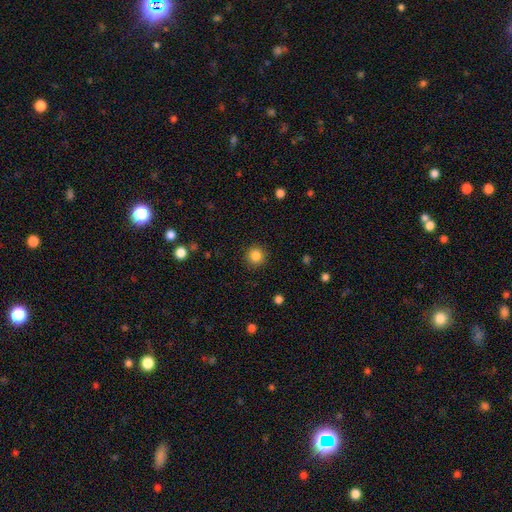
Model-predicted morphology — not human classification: Smooth or featured? smooth (85%)
How rounded? round (95%)
Merging? none (91%)